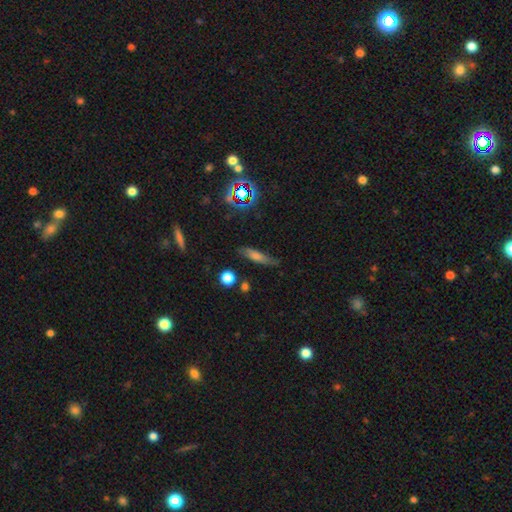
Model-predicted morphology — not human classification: smooth 56%, featured or disk 29%, star or artifact 16%. Down the decision tree: how rounded — cigar-shaped (70%); merging — none (72%).